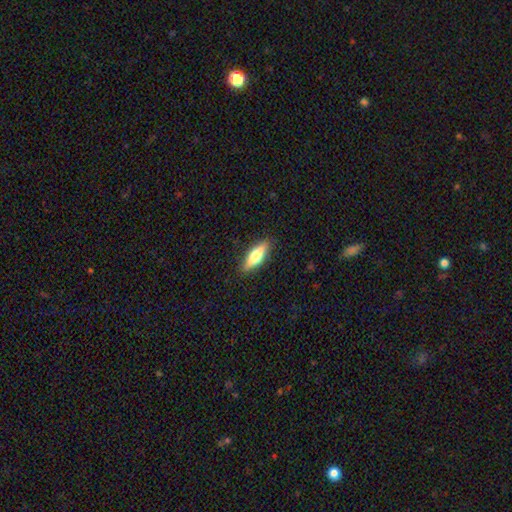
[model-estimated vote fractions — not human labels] Smooth or featured? Predicted: smooth (p=0.62). How rounded? Predicted: cigar-shaped (p=0.50). Merging? Predicted: none (p=0.89).